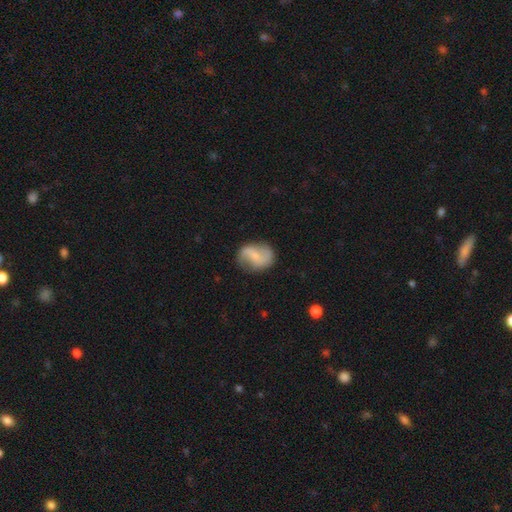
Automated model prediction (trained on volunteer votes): This appears to be a featured or disk galaxy (60%) with a weak bar (46%), 2 (86%) loose (56%) spiral arms (88%) and a small central bulge (43%). Merging: none (70%).